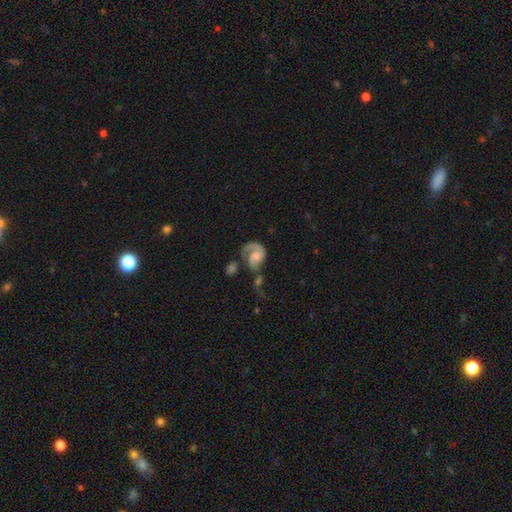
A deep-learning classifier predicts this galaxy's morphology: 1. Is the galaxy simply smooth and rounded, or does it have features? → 75% featured or disk, 19% smooth, 6% star or artifact.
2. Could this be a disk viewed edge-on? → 98% no, 2% yes.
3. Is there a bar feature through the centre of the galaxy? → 67% no, 28% weak, 5% strong.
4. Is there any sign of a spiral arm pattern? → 92% yes, 8% no.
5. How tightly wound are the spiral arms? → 41% medium, 32% tight, 27% loose.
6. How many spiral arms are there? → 68% 1, 25% 2, 5% can't tell, 1% 3, 1% 4, 1% more than 4.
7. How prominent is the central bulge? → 45% moderate, 27% small, 14% none, 12% large, 2% dominant.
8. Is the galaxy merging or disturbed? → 35% none, 32% major disturbance, 17% minor disturbance, 16% merger.